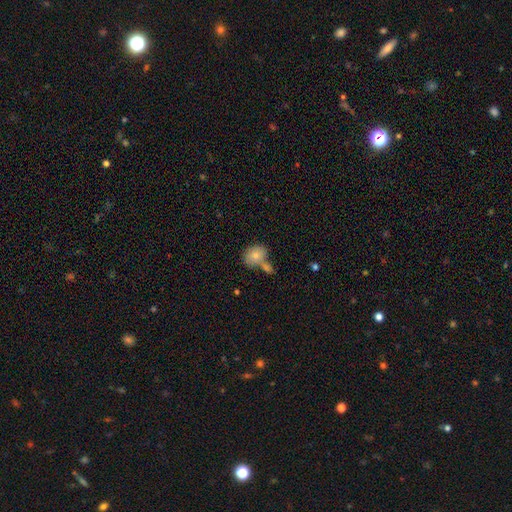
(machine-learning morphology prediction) Overall: smooth (80%). How rounded: round (51%; in between 47%). Merging: none (45%; merger 37%).